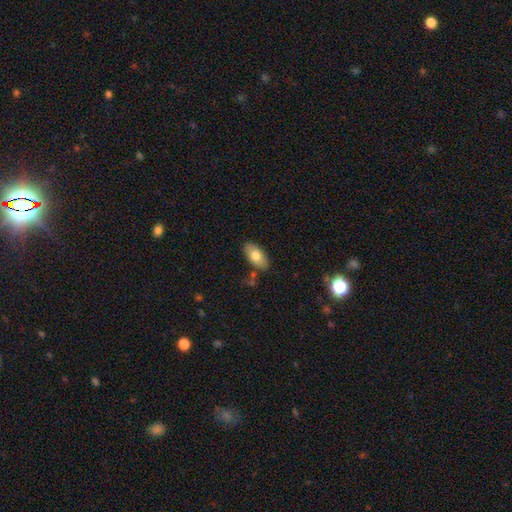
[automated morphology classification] smooth-or-featured: smooth: 75% | featured or disk: 19% | star or artifact: 7%
  how-rounded: in between: 92% | cigar-shaped: 4% | round: 3%
  merging: none: 83% | minor disturbance: 12% | merger: 3% | major disturbance: 2%